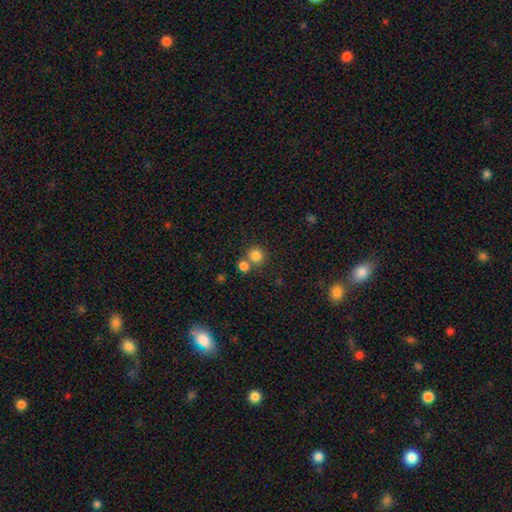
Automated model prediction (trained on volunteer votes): smooth_or_featured: smooth (p=0.82) [alt: star or artifact p=0.12]
how_rounded: round (p=0.87) [alt: in between p=0.12]
merging: none (p=0.61) [alt: merger p=0.28]